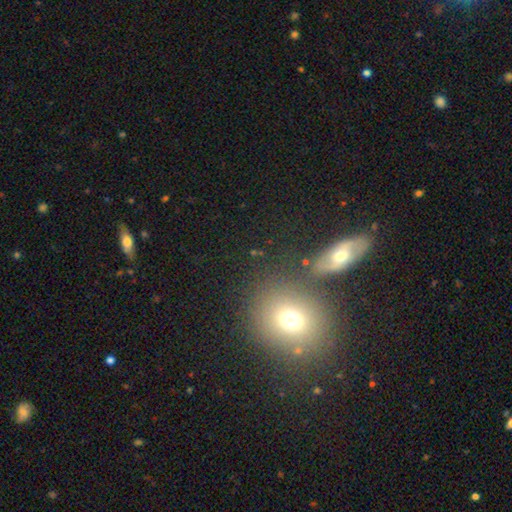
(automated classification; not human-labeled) This appears to be a smooth galaxy with no disk features (56%) that is round (61%). Merging: none (66%).